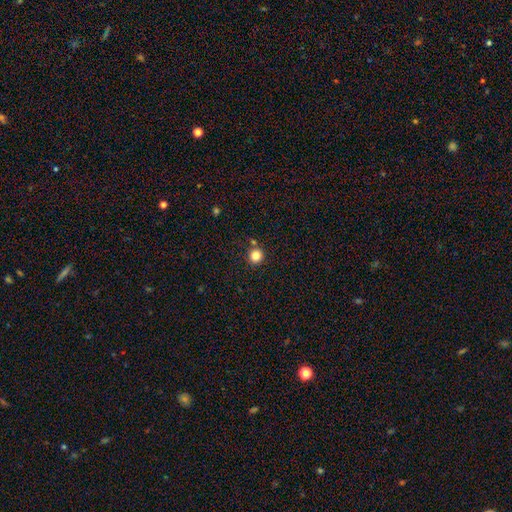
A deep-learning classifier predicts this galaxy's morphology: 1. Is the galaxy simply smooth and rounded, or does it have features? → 82% smooth, 12% star or artifact, 5% featured or disk.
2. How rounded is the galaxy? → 92% round, 7% in between, 1% cigar-shaped.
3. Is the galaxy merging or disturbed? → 82% none, 8% minor disturbance, 7% merger, 2% major disturbance.